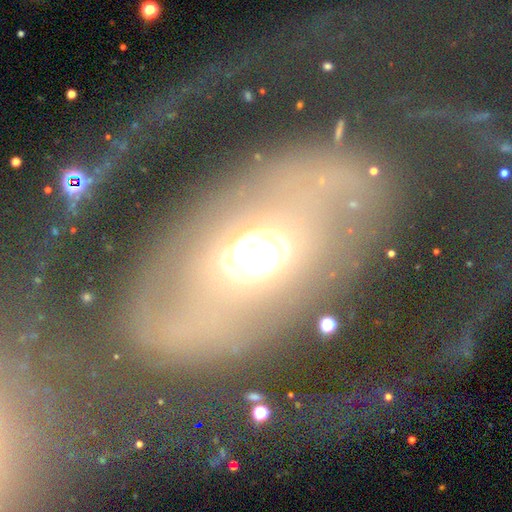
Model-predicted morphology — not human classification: smooth_or_featured: featured or disk (p=0.55) [alt: smooth p=0.28]
disk_edge_on: no (p=0.84) [alt: yes p=0.16]
merging: none (p=0.67) [alt: minor disturbance p=0.15]